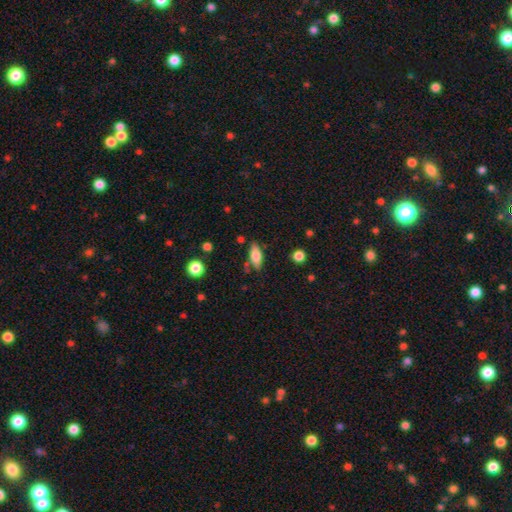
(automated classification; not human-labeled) Smooth or featured: smooth — 70% (featured or disk — 22%)
How rounded: in between — 74% (cigar-shaped — 22%)
Merging: none — 74% (minor disturbance — 17%)